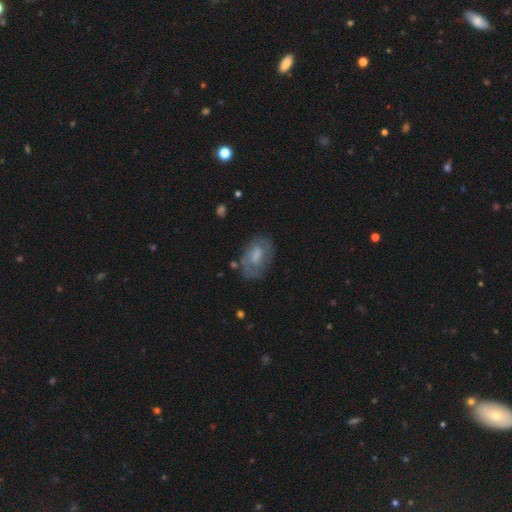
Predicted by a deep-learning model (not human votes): Smooth or featured? Predicted: featured or disk (p=0.49). Merging? Predicted: none (p=0.62).